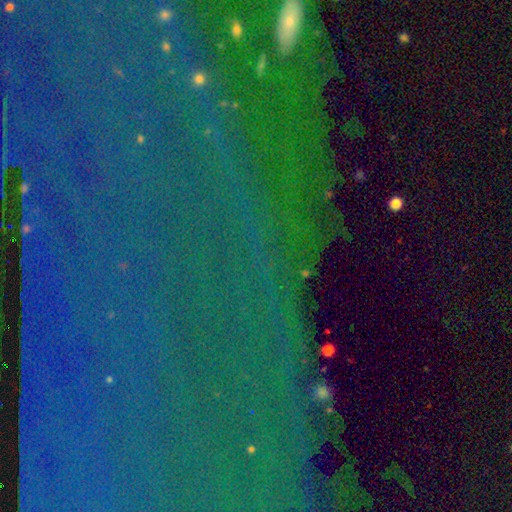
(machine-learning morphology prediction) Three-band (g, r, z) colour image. It shows a star or artifact, not a galaxy (83%).